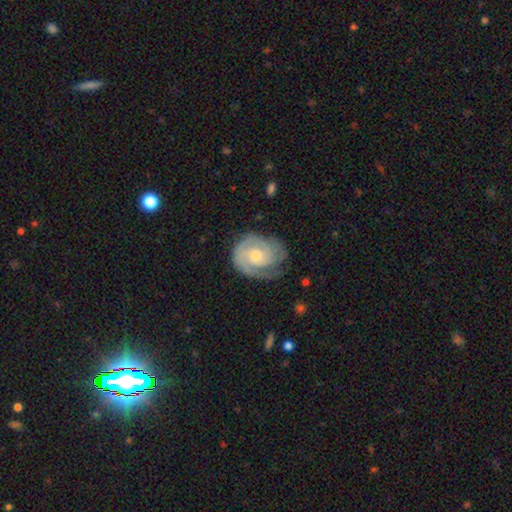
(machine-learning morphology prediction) This appears to be a featured or disk galaxy (78%) with no bar (73%), 2 (42%) tight (67%) spiral arms (93%) and a small central bulge (48%). Merging: none (65%).